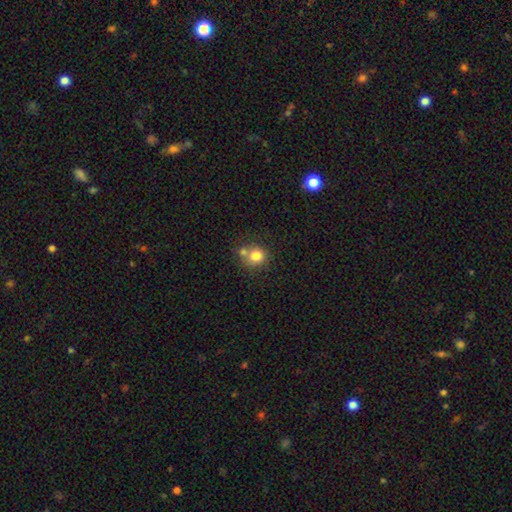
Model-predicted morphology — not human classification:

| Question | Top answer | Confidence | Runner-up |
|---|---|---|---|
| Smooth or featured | smooth | 79% | star or artifact (11%) |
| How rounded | round | 82% | in between (18%) |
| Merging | none | 52% | merger (34%) |